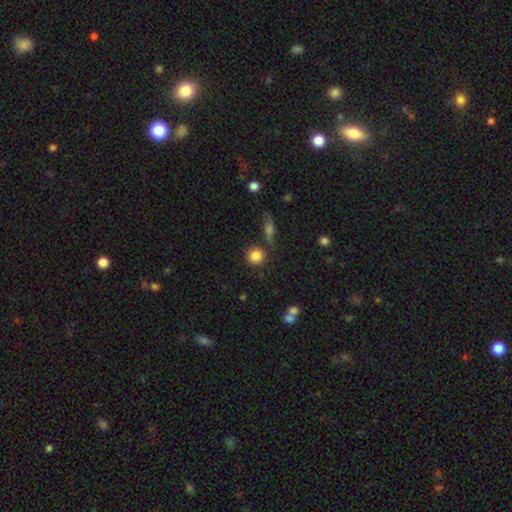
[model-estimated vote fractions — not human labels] Smooth or featured?
  - smooth: 85% *
  - star or artifact: 9%
  - featured or disk: 6%
How rounded?
  - round: 91% *
  - in between: 8%
  - cigar-shaped: 1%
Merging?
  - none: 80% *
  - minor disturbance: 9%
  - merger: 7%
  - major disturbance: 3%